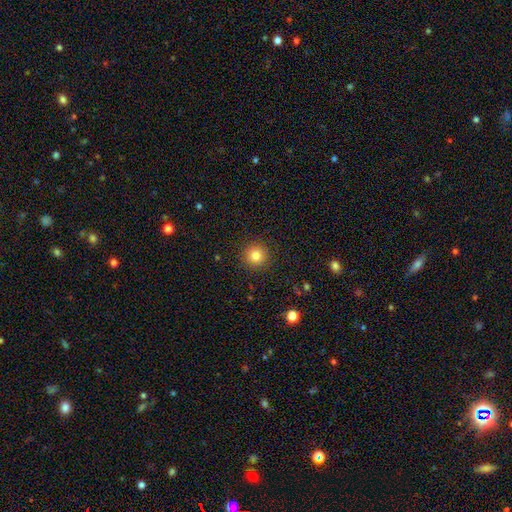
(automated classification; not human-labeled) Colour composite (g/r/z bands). It shows a smooth galaxy with no disk features (82%) that is round (95%). Merging: none (91%).